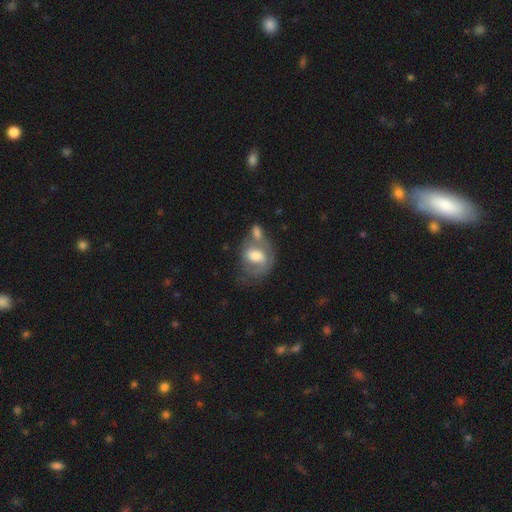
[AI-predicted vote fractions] The model was most divided on "bar" (2-way tie): weak: 43%, no: 43%, strong: 15%. Remaining: edge-on disk — no (97%); spiral arms — yes (72%); smooth or featured — featured or disk (60%); bulge size — moderate (54%); merging — merger (36%).